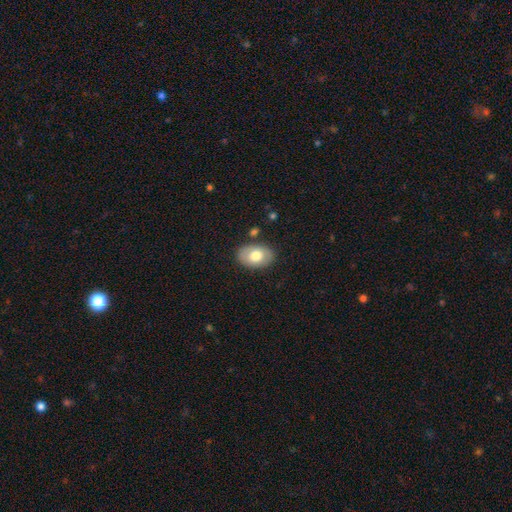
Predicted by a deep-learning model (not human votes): A smooth galaxy with no disk features (70%) that is in between round and cigar-shaped (85%).

Vote fractions:
- Smooth or featured? smooth: 70% / featured or disk: 24% / star or artifact: 6%
- How rounded? in between: 85% / round: 14% / cigar-shaped: 1%
- Merging? none: 83% / minor disturbance: 12% / major disturbance: 3% / merger: 3%